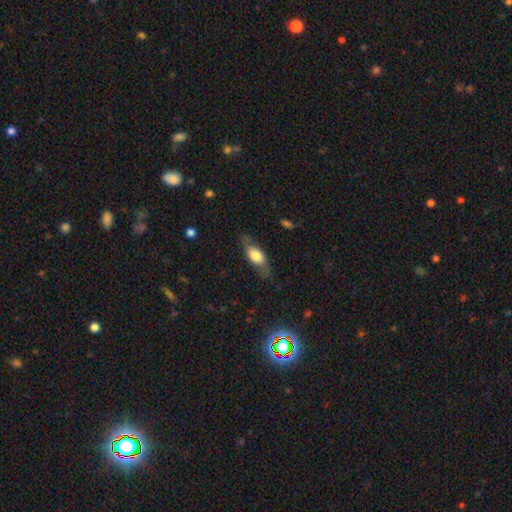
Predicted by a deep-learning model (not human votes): Smooth or featured? smooth (56%)
How rounded? in between (68%)
Merging? none (75%)